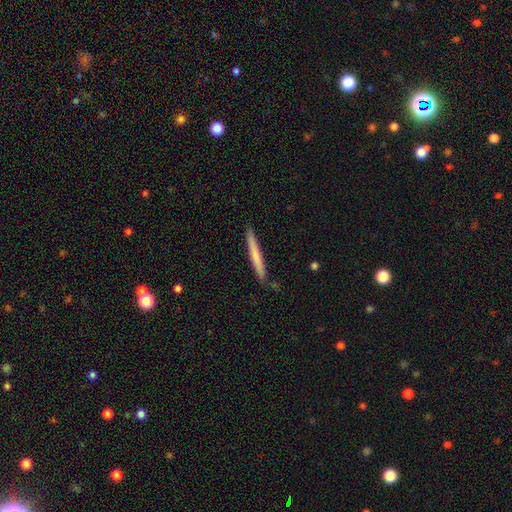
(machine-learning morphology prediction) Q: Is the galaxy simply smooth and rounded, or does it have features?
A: smooth — 63%.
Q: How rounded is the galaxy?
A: cigar-shaped — 97%.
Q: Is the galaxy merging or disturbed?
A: none — 87%.